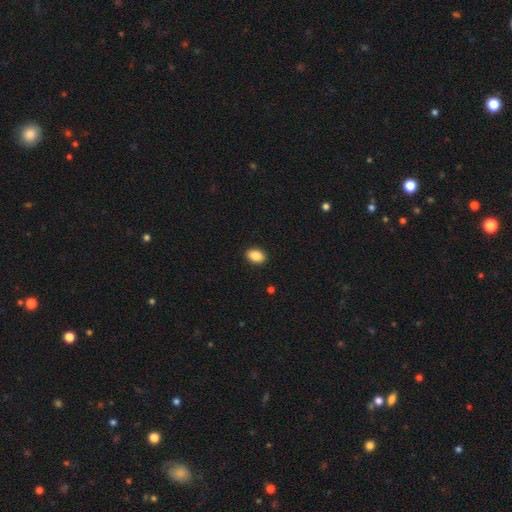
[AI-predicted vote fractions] Smooth or featured?
  - smooth: 88% *
  - star or artifact: 8%
  - featured or disk: 4%
How rounded?
  - in between: 86% *
  - round: 12%
  - cigar-shaped: 1%
Merging?
  - none: 91% *
  - minor disturbance: 6%
  - major disturbance: 2%
  - merger: 1%